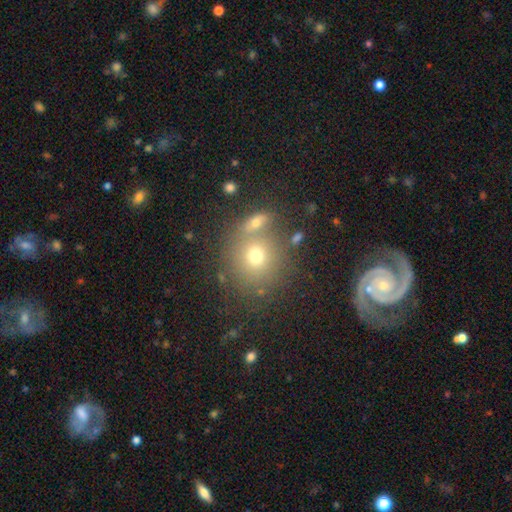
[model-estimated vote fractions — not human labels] A smooth galaxy with no disk features (68%) that is round (87%). Merging: none (65%).